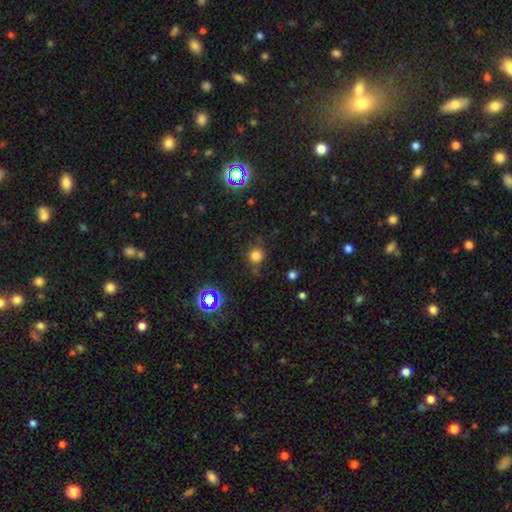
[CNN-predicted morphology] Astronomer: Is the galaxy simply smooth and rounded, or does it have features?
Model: smooth — 75%.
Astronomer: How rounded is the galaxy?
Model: round — 91%.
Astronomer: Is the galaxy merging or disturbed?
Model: none — 78%.